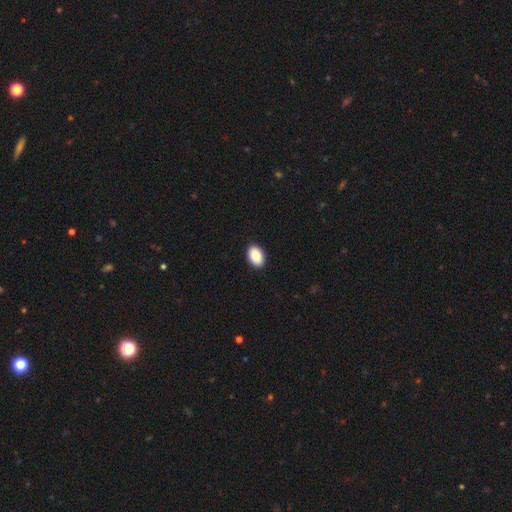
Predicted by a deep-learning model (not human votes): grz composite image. It shows a smooth galaxy with no disk features (89%) that is in between round and cigar-shaped (88%). Merging: none (91%).